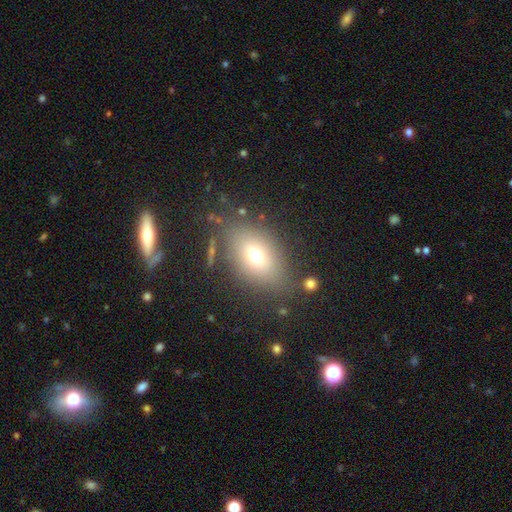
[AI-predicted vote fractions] smooth-or-featured: smooth: 68% | featured or disk: 16% | star or artifact: 16%
  how-rounded: in between: 71% | round: 26% | cigar-shaped: 3%
  merging: none: 77% | minor disturbance: 12% | major disturbance: 7% | merger: 4%